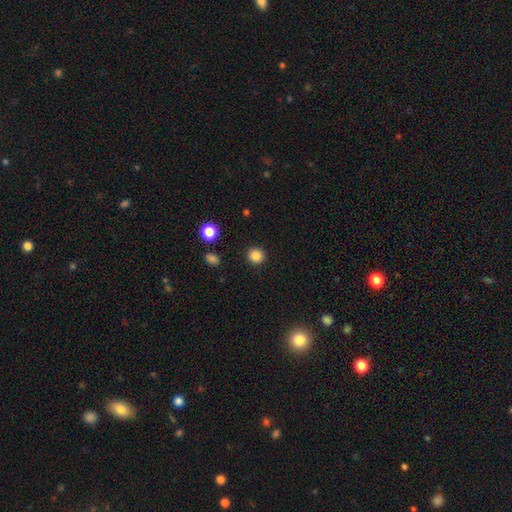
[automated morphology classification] A smooth galaxy with no disk features (85%) that is round (92%).

Vote fractions:
- Smooth or featured? smooth: 85% / star or artifact: 11% / featured or disk: 3%
- How rounded? round: 92% / in between: 7% / cigar-shaped: 1%
- Merging? none: 92% / minor disturbance: 5% / major disturbance: 2% / merger: 1%